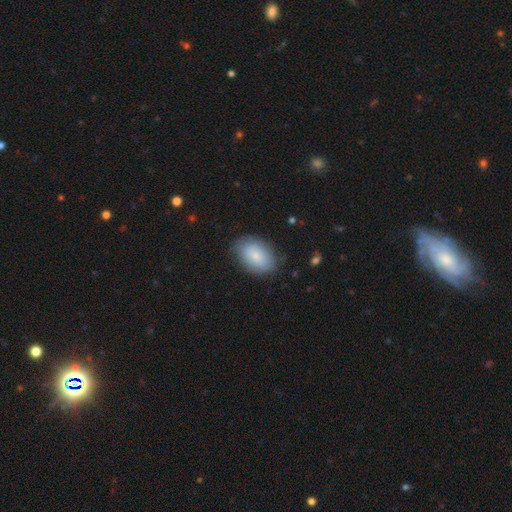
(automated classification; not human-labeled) Smooth or featured?
  - smooth: 79% *
  - featured or disk: 14%
  - star or artifact: 7%
How rounded?
  - in between: 89% *
  - round: 10%
  - cigar-shaped: 1%
Merging?
  - none: 80% *
  - minor disturbance: 15%
  - major disturbance: 4%
  - merger: 1%